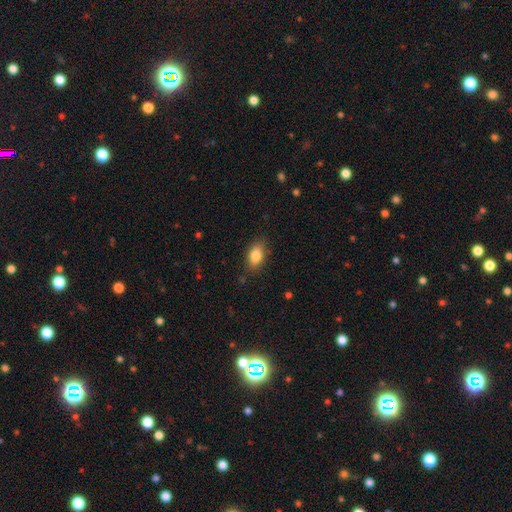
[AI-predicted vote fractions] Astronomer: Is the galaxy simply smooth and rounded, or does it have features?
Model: smooth — 83%.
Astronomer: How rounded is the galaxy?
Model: in between — 88%.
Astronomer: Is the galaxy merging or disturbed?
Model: none — 82%.